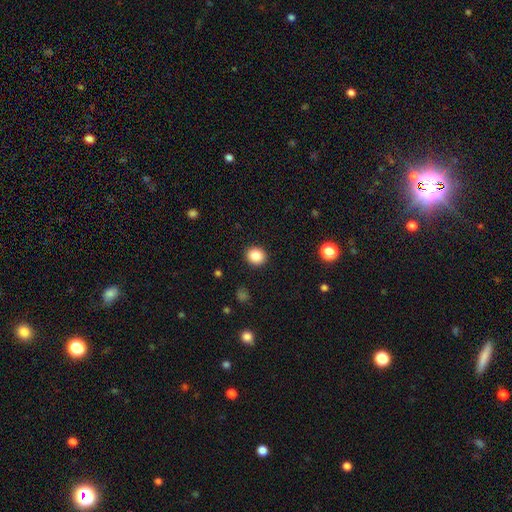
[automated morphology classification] type=smooth (86%); roundness=round (77%); merging=none (91%).